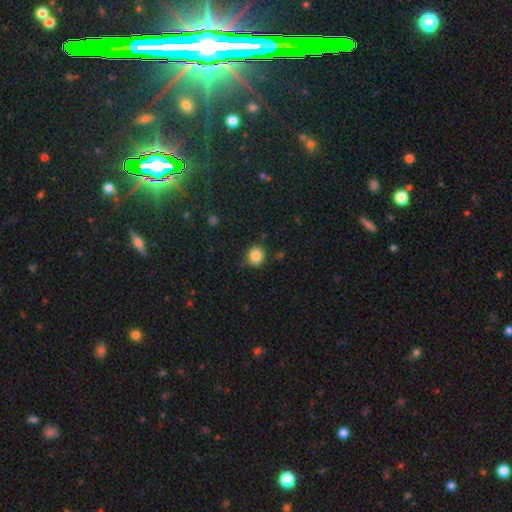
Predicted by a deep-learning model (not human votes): Smooth or featured? Predicted: smooth (p=0.84). How rounded? Predicted: round (p=0.79). Merging? Predicted: none (p=0.84).